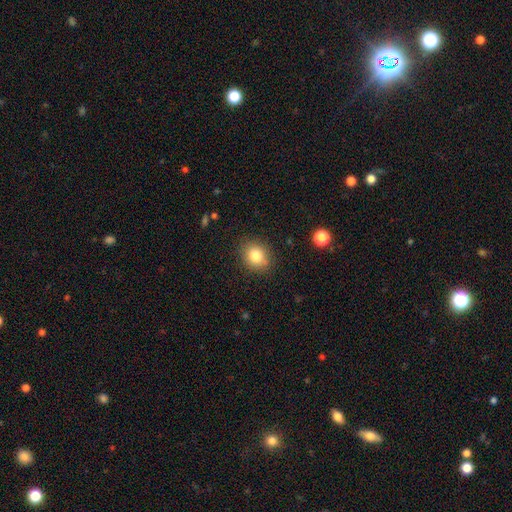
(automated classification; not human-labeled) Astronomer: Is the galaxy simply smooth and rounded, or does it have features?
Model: smooth — 83%.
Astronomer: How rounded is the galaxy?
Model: round — 63%.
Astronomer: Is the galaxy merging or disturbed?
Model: none — 85%.